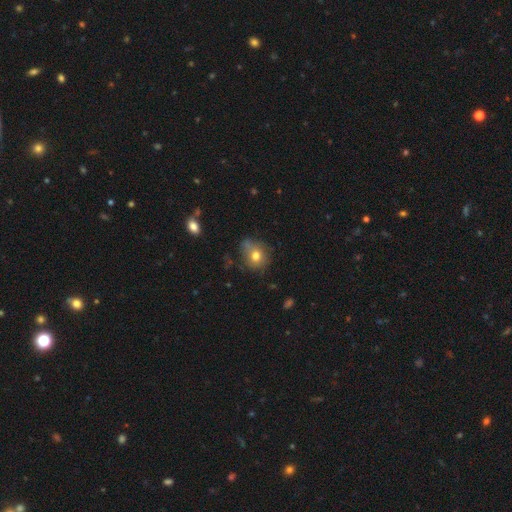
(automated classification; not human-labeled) smooth-or-featured: smooth: 73% | featured or disk: 15% | star or artifact: 12%
  how-rounded: round: 67% | in between: 32% | cigar-shaped: 1%
  merging: none: 53% | minor disturbance: 30% | major disturbance: 12% | merger: 5%